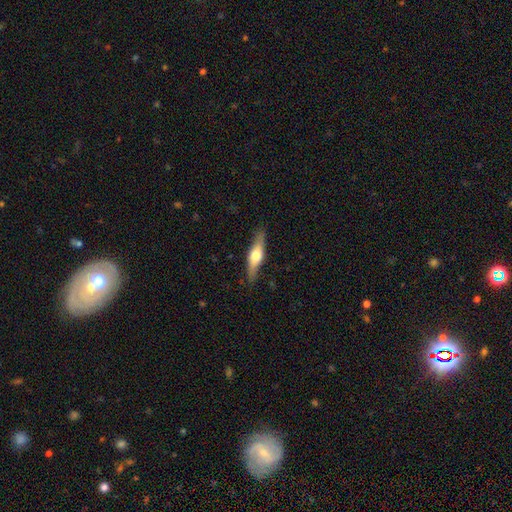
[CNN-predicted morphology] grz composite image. It shows a featured or disk galaxy (59%) viewed edge-on (94%) with a rounded central bulge (93%). Merging: none (86%).